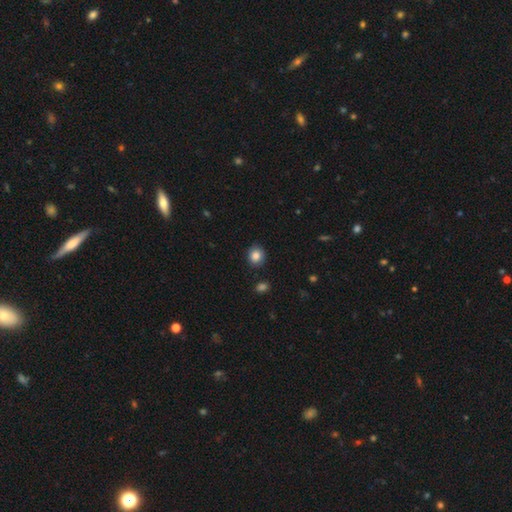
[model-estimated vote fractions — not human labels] smooth-or-featured: smooth: 85% | star or artifact: 9% | featured or disk: 5%
  how-rounded: round: 75% | in between: 24% | cigar-shaped: 1%
  merging: none: 88% | minor disturbance: 8% | major disturbance: 2% | merger: 1%